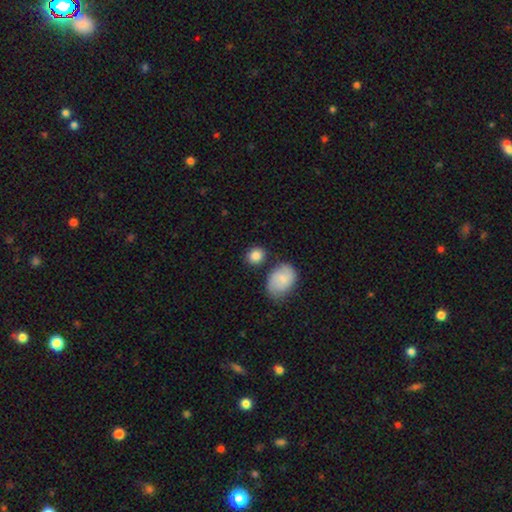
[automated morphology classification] Smooth or featured?
  - smooth: 84% *
  - featured or disk: 9%
  - star or artifact: 7%
How rounded?
  - round: 66% *
  - in between: 32%
  - cigar-shaped: 1%
Merging?
  - none: 73% *
  - minor disturbance: 13%
  - merger: 11%
  - major disturbance: 4%